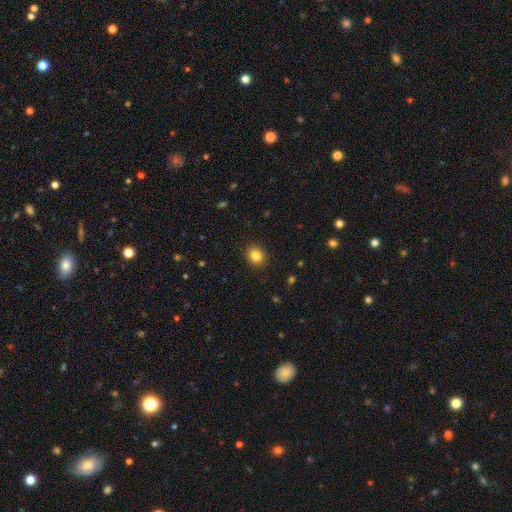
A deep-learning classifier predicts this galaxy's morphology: Overall: smooth (84%). How rounded: round (73%). Merging: none (90%).